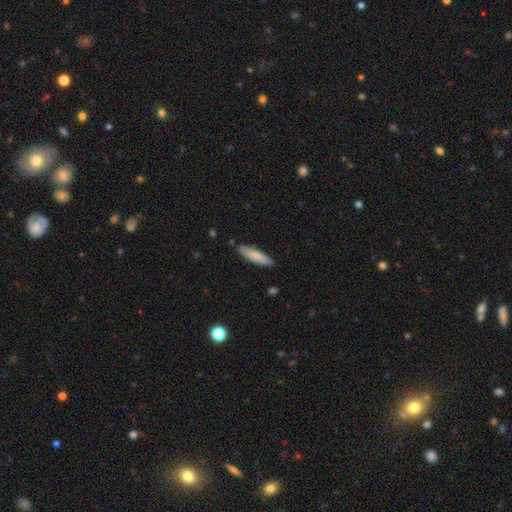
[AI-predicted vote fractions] smooth_or_featured: smooth (p=0.81) [alt: featured or disk p=0.13]
how_rounded: cigar-shaped (p=0.72) [alt: in between p=0.27]
merging: none (p=0.87) [alt: minor disturbance p=0.10]